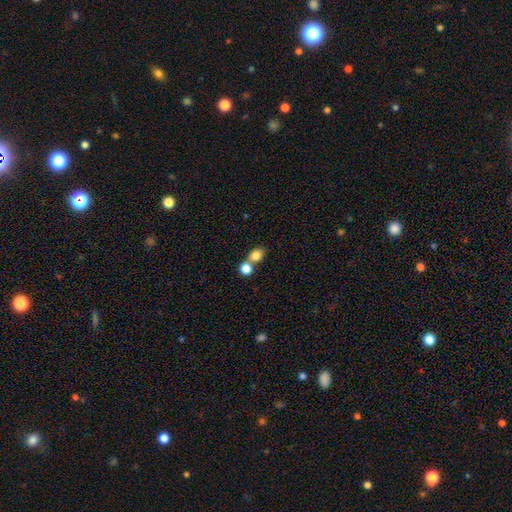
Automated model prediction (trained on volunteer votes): The model was most divided on "merging": merger: 49%, none: 41%, minor disturbance: 7%, major disturbance: 3%. More confident: smooth or featured — smooth (82%); how rounded — round (53%).